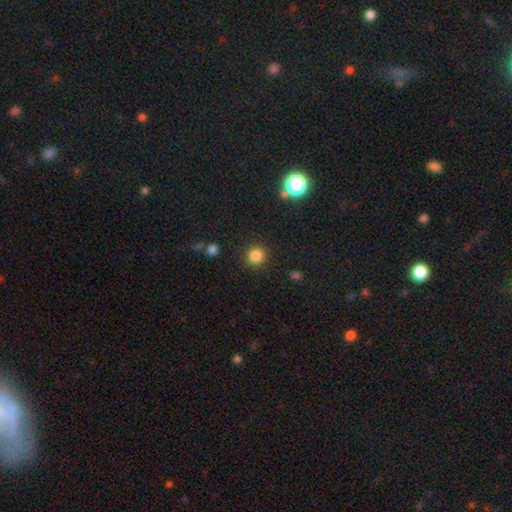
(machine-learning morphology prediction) Q: Smooth or featured?
A: smooth (83%); runner-up: star or artifact (12%)
Q: How rounded?
A: round (94%); runner-up: in between (5%)
Q: Merging?
A: none (91%); runner-up: minor disturbance (5%)